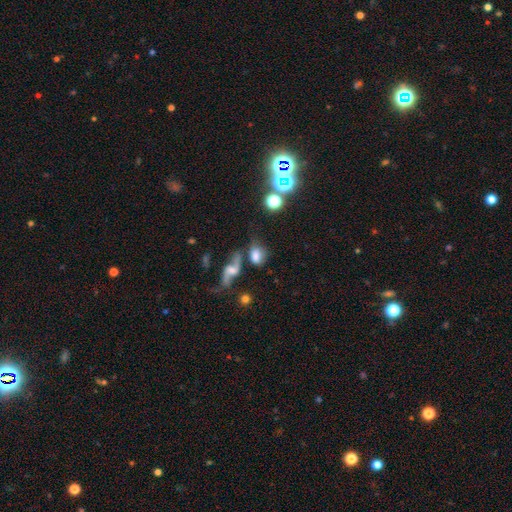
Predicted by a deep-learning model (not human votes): Overall: smooth (63%). How rounded: in between (70%). Merging: none (47%; minor disturbance 21%).